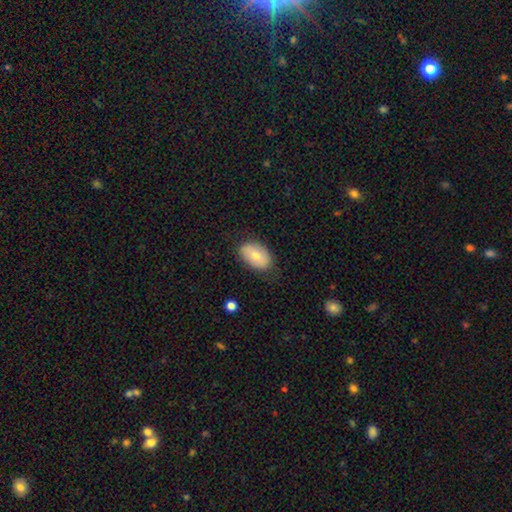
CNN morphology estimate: This is likely a smooth galaxy (68%). How rounded: clearly in between (90%). Merging: likely none (79%).